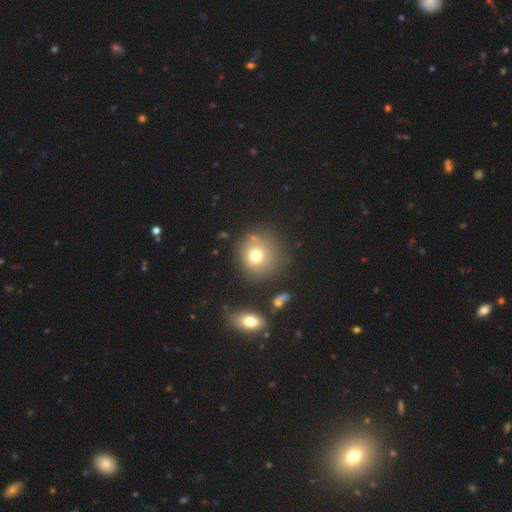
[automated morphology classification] Q: Smooth or featured?
A: smooth (72%); runner-up: star or artifact (15%)
Q: How rounded?
A: round (89%); runner-up: in between (10%)
Q: Merging?
A: none (76%); runner-up: minor disturbance (11%)